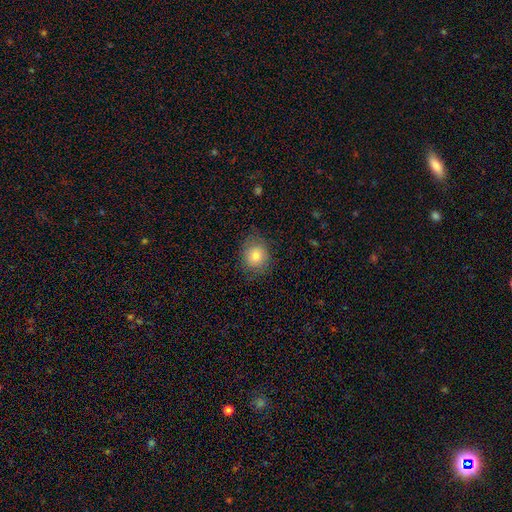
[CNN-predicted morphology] This appears to be a smooth galaxy with no disk features (79%) that is round (69%). Merging: none (77%).